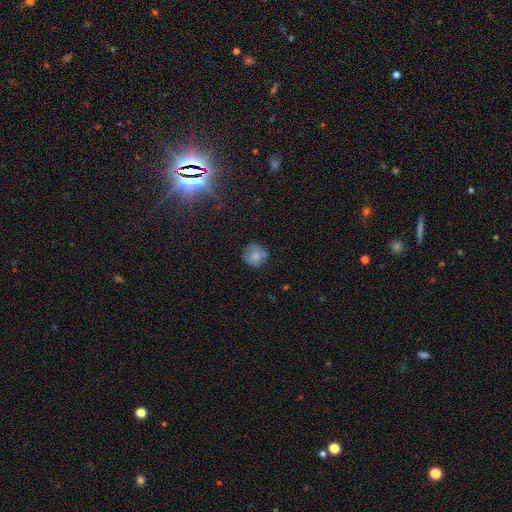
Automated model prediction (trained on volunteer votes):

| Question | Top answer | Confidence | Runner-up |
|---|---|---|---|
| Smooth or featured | smooth | 78% | featured or disk (12%) |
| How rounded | round | 89% | in between (10%) |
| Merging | none | 71% | minor disturbance (20%) |